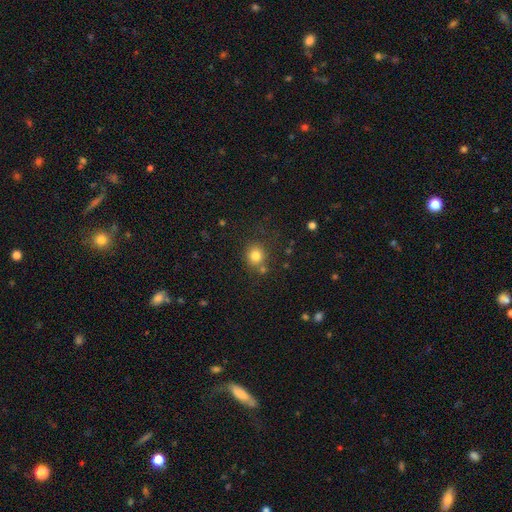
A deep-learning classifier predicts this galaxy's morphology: Q: Smooth or featured?
A: smooth (80%); runner-up: star or artifact (13%)
Q: How rounded?
A: round (85%); runner-up: in between (14%)
Q: Merging?
A: none (74%); runner-up: minor disturbance (11%)